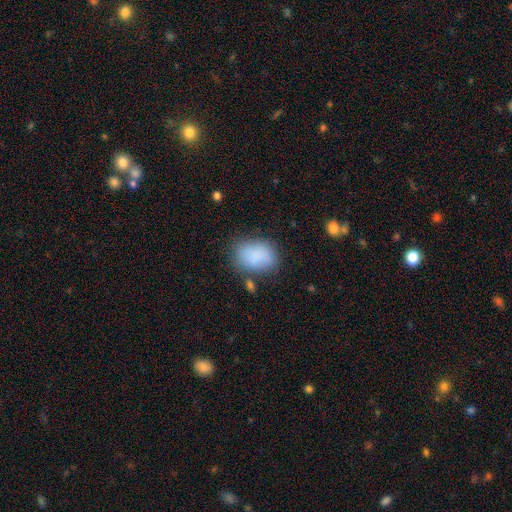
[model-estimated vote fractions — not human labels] A smooth galaxy with no disk features (83%) that is in between round and cigar-shaped (70%).

Vote fractions:
- Smooth or featured? smooth: 83% / featured or disk: 8% / star or artifact: 8%
- How rounded? in between: 70% / round: 29% / cigar-shaped: 1%
- Merging? none: 64% / minor disturbance: 22% / major disturbance: 8% / merger: 6%